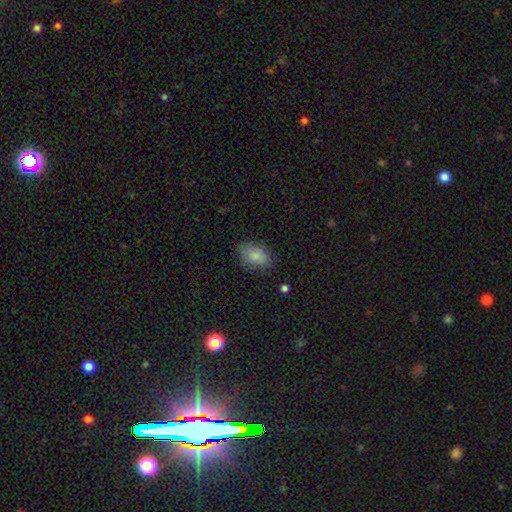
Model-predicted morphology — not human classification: A smooth galaxy with no disk features (84%) that is in between round and cigar-shaped (86%). Merging: none (75%).